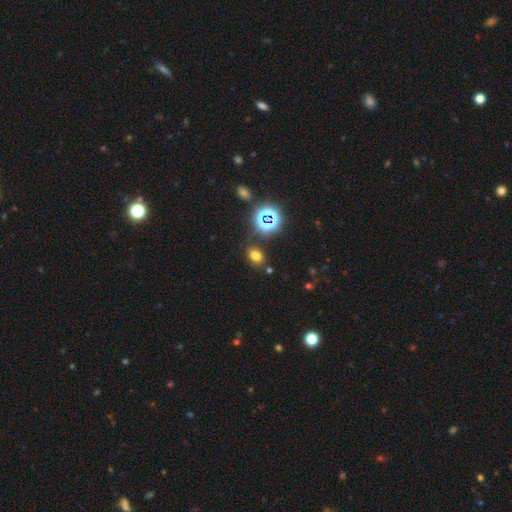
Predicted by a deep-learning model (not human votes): smooth-or-featured: smooth: 66% | star or artifact: 26% | featured or disk: 8%
  how-rounded: in between: 63% | round: 36% | cigar-shaped: 1%
  merging: none: 79% | minor disturbance: 12% | merger: 5% | major disturbance: 4%